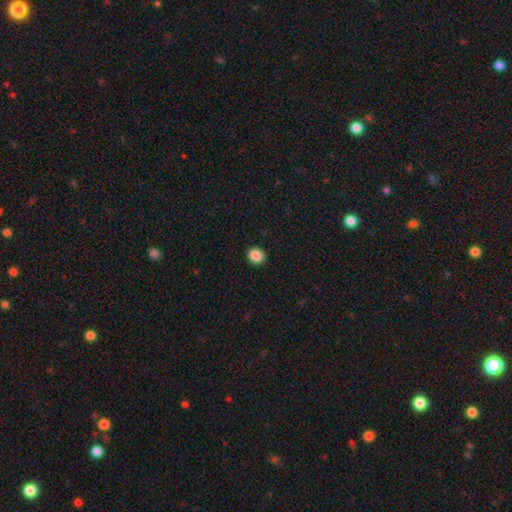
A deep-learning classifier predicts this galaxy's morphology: This appears to be a smooth galaxy with no disk features (88%) that is round (85%). Merging: none (92%).